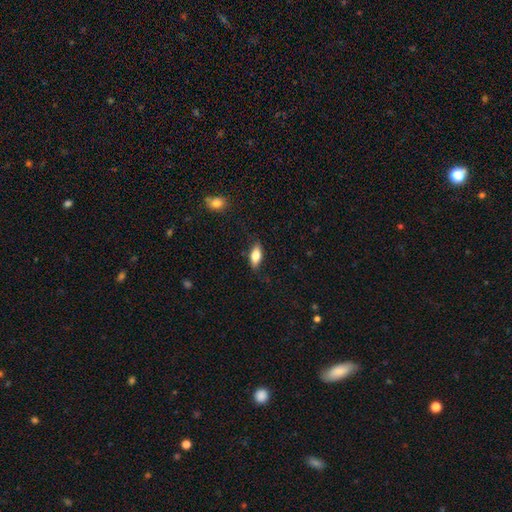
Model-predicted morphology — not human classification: A smooth galaxy with no disk features (75%) that is in between round and cigar-shaped (81%).

Vote fractions:
- Smooth or featured? smooth: 75% / featured or disk: 18% / star or artifact: 7%
- How rounded? in between: 81% / cigar-shaped: 16% / round: 3%
- Merging? none: 81% / minor disturbance: 15% / major disturbance: 3% / merger: 1%